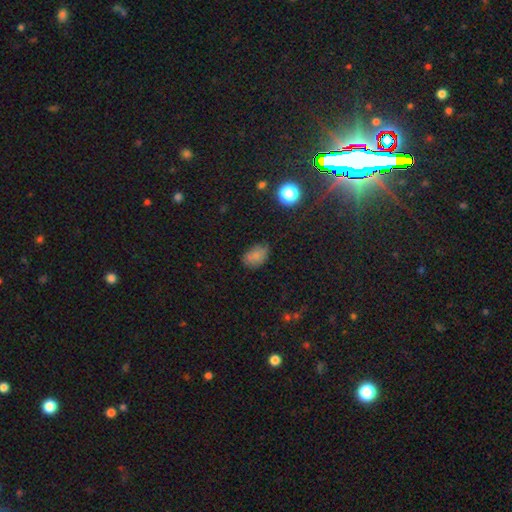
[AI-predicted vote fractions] Overall: smooth (75%). How rounded: in between (82%). Merging: none (69%).